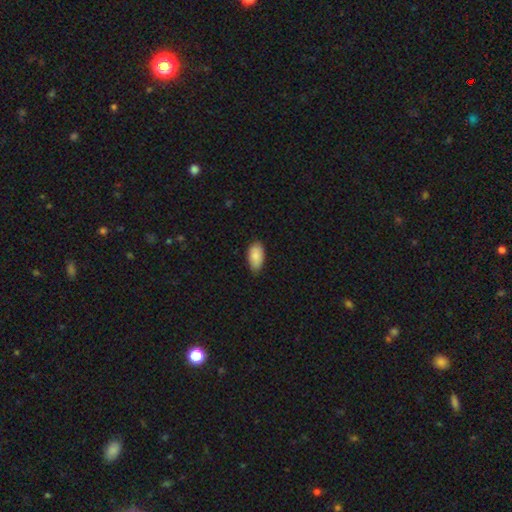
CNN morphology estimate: A smooth galaxy with no disk features (88%) that is in between round and cigar-shaped (95%). Merging: none (77%).